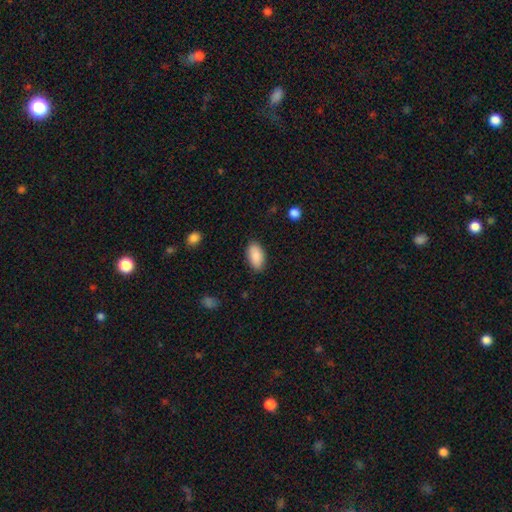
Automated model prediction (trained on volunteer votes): This appears to be a smooth galaxy with no disk features (89%) that is in between round and cigar-shaped (93%). Merging: none (86%).